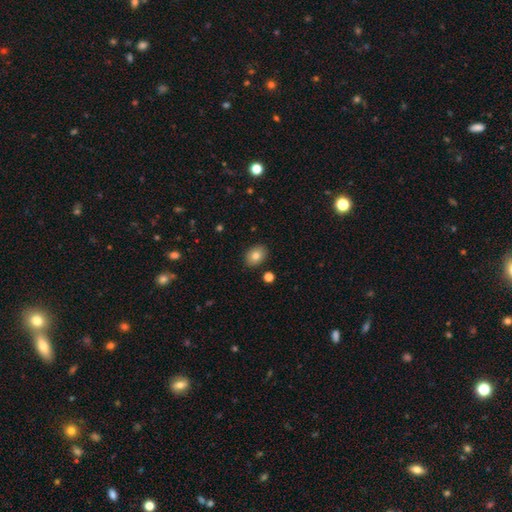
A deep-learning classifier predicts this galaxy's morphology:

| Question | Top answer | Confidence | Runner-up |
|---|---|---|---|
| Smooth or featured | smooth | 82% | featured or disk (9%) |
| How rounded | in between | 70% | round (29%) |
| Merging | none | 88% | minor disturbance (8%) |